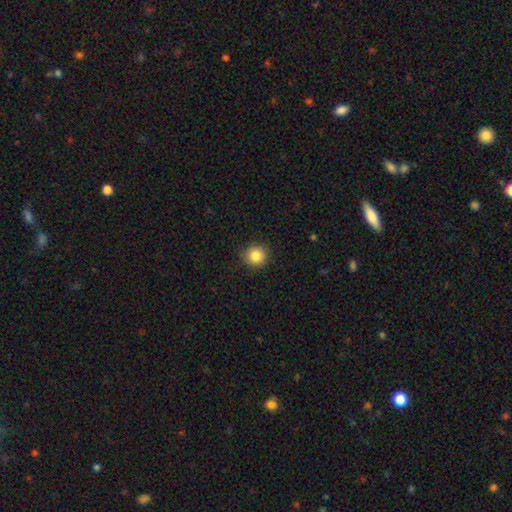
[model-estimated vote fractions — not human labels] Smooth or featured? Predicted: smooth (p=0.85). How rounded? Predicted: round (p=0.94). Merging? Predicted: none (p=0.90).